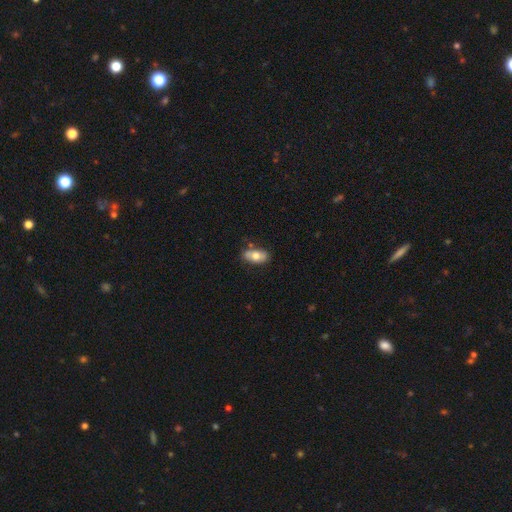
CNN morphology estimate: Overall: smooth (70%). How rounded: in between (91%). Merging: none (75%).